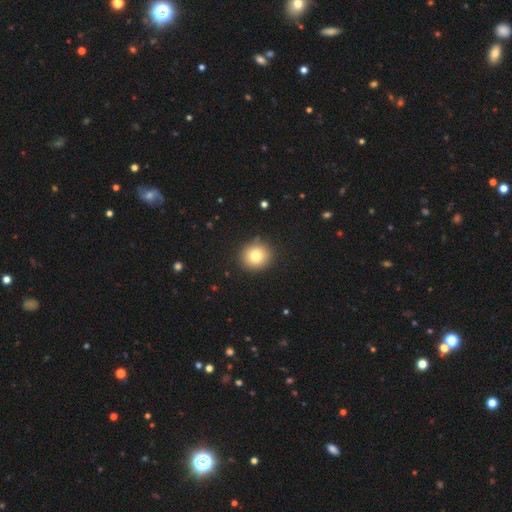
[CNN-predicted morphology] Smooth or featured?
  - smooth: 79% *
  - star or artifact: 11%
  - featured or disk: 10%
How rounded?
  - round: 87% *
  - in between: 12%
  - cigar-shaped: 1%
Merging?
  - none: 90% *
  - minor disturbance: 7%
  - major disturbance: 2%
  - merger: 1%